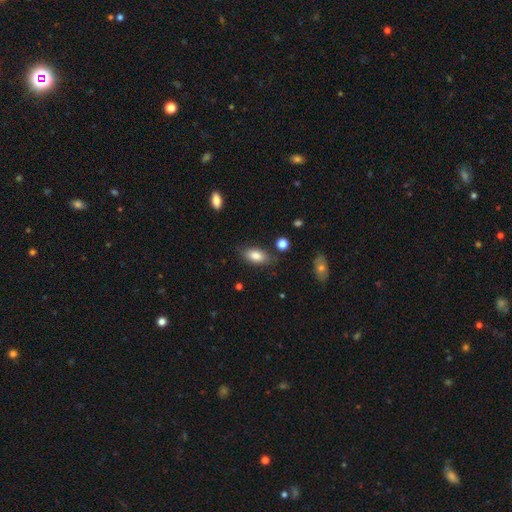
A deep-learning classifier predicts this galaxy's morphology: smooth-or-featured: smooth: 83% | featured or disk: 10% | star or artifact: 7%
  how-rounded: in between: 89% | cigar-shaped: 7% | round: 4%
  merging: none: 79% | minor disturbance: 15% | major disturbance: 3% | merger: 3%